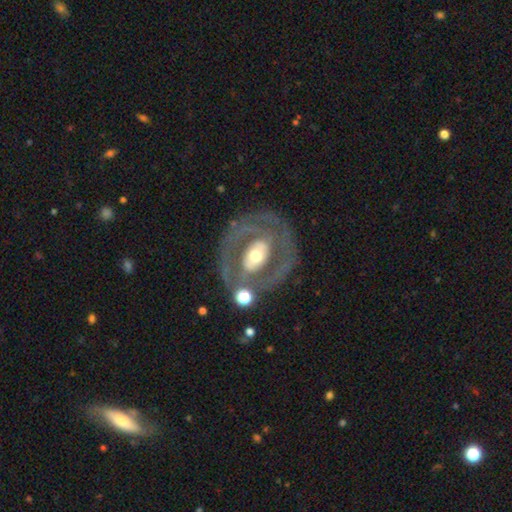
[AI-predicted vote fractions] Smooth or featured? Predicted: featured or disk (p=0.79). Edge-on disk? Predicted: no (p=0.96). Bar? Predicted: no (p=0.48). Spiral arms? Predicted: yes (p=0.65). Bulge size? Predicted: moderate (p=0.65). Merging? Predicted: none (p=0.69).